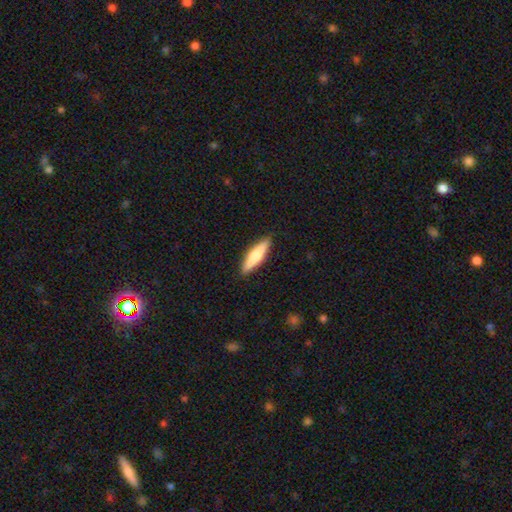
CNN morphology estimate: This appears to be a smooth galaxy with no disk features (62%) that is cigar-shaped (74%). Merging: none (90%).